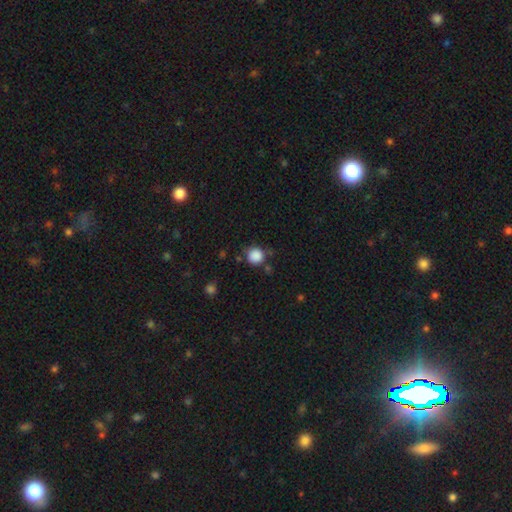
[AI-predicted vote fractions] Smooth or featured? Predicted: smooth (p=0.87). How rounded? Predicted: round (p=0.92). Merging? Predicted: none (p=0.77).